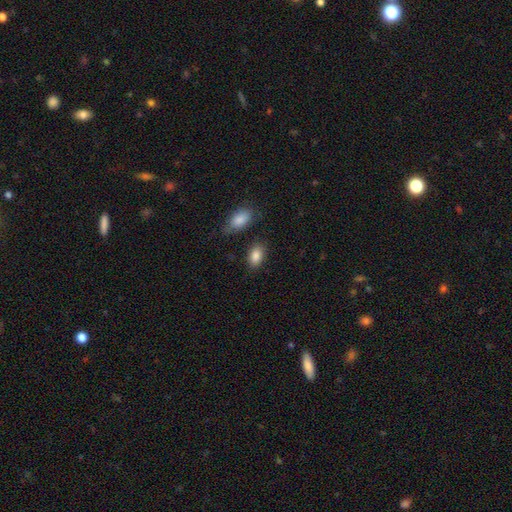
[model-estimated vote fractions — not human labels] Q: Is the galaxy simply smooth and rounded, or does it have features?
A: smooth — 87%.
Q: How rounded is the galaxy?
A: in between — 90%.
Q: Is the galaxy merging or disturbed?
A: none — 80%.